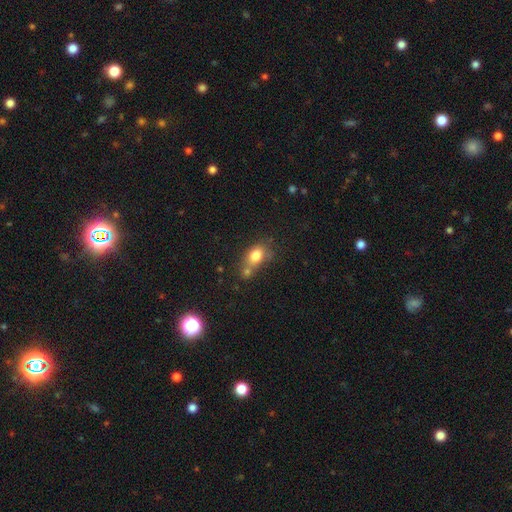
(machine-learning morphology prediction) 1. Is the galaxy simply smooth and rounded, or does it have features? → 78% smooth, 12% featured or disk, 10% star or artifact.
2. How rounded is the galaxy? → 67% in between, 31% round, 2% cigar-shaped.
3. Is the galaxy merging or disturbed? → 42% none, 34% merger, 17% minor disturbance, 7% major disturbance.